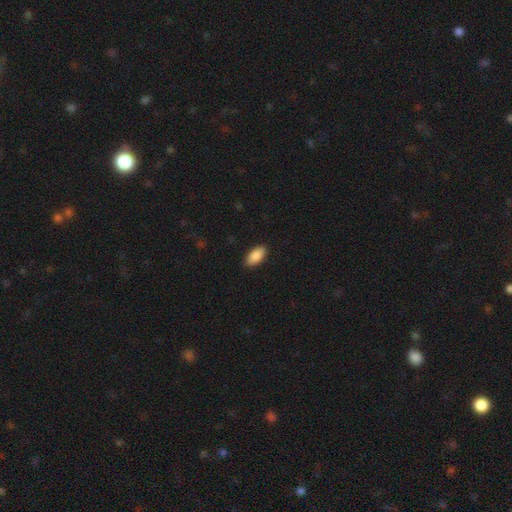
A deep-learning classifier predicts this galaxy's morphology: smooth_or_featured: smooth (p=0.89) [alt: star or artifact p=0.06]
how_rounded: in between (p=0.93) [alt: cigar-shaped p=0.05]
merging: none (p=0.90) [alt: minor disturbance p=0.08]